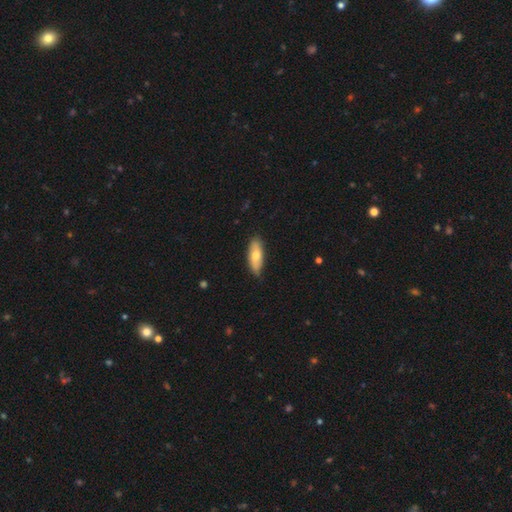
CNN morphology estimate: Smooth or featured? Predicted: smooth (p=0.68). How rounded? Predicted: in between (p=0.72). Merging? Predicted: none (p=0.79).